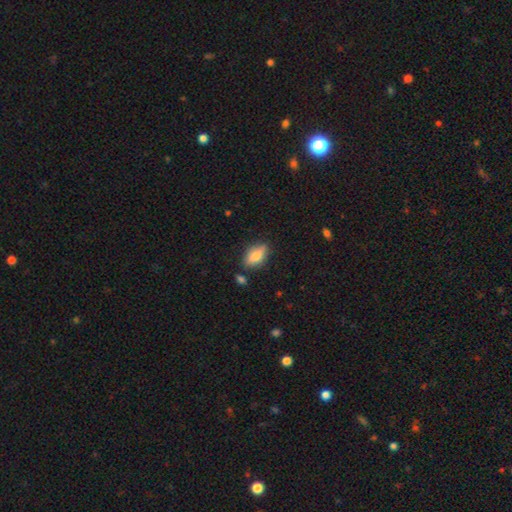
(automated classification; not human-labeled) Smooth or featured? Predicted: smooth (p=0.68). How rounded? Predicted: in between (p=0.80). Merging? Predicted: none (p=0.79).